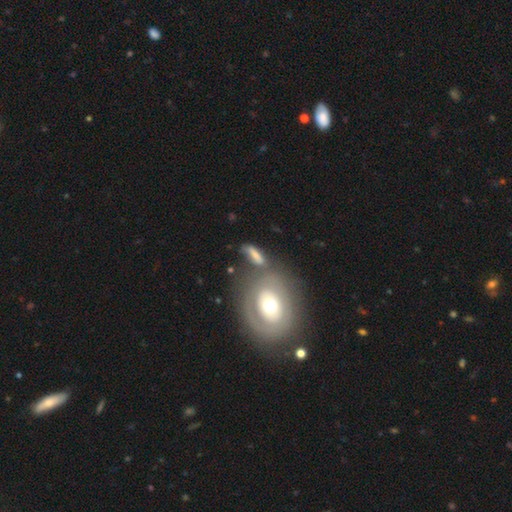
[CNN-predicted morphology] smooth 59%, featured or disk 32%, star or artifact 9%. Down the decision tree: how rounded — in between (58%); merging — none (41%).